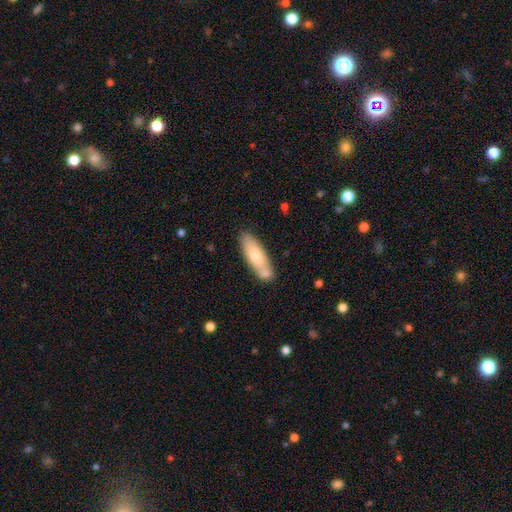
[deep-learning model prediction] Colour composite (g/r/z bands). It shows a smooth galaxy with no disk features (70%) that is in between round and cigar-shaped (53%). Merging: none (63%).